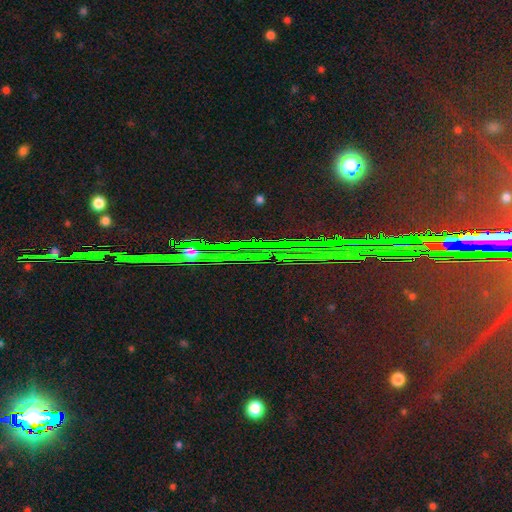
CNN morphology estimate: The model was most divided on "smooth or featured": star or artifact: 85%, featured or disk: 8%, smooth: 7%.